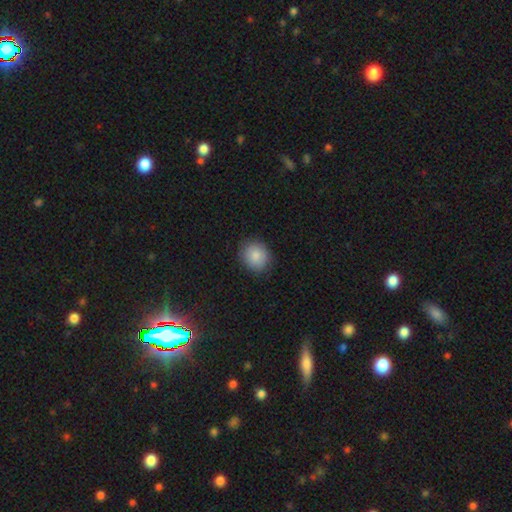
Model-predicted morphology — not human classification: This is clearly a smooth galaxy (85%). How rounded: likely round (77%). Merging: clearly none (87%).